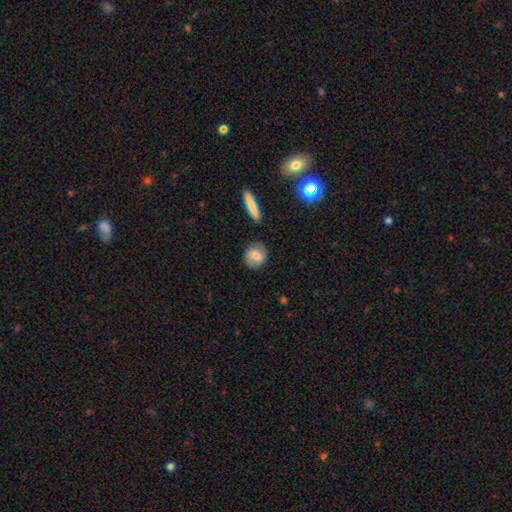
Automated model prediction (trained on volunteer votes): smooth 58%, featured or disk 35%, star or artifact 7%. Down the decision tree: how rounded — round (71%); merging — none (82%).